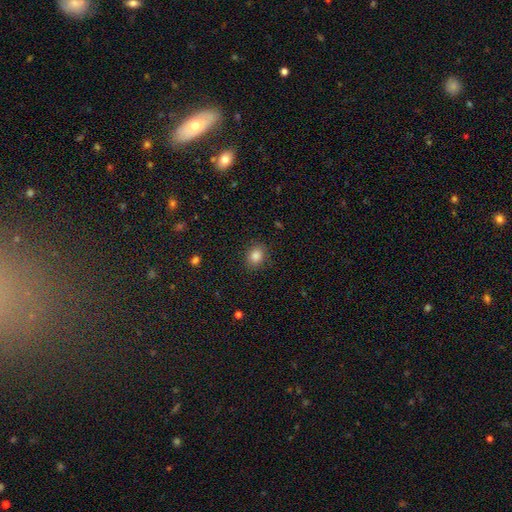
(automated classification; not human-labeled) Q: Smooth or featured?
A: smooth (85%); runner-up: star or artifact (10%)
Q: How rounded?
A: round (50%); runner-up: in between (49%)
Q: Merging?
A: none (87%); runner-up: minor disturbance (9%)